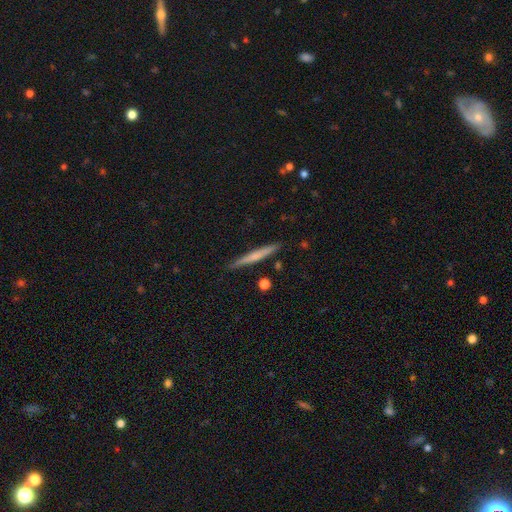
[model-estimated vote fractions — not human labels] Smooth or featured: smooth — 54% (featured or disk — 40%)
How rounded: cigar-shaped — 96% (in between — 3%)
Merging: none — 87% (minor disturbance — 9%)